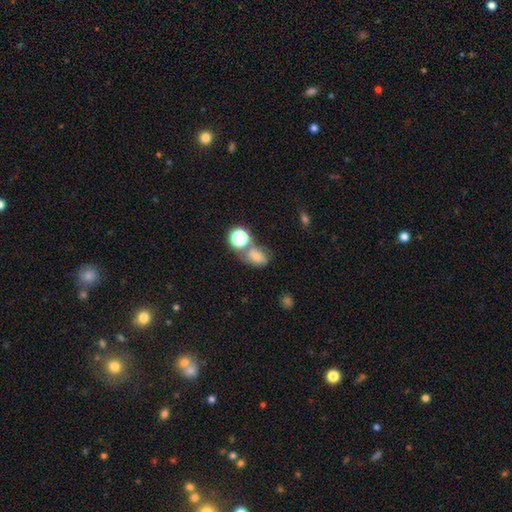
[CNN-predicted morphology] smooth 63%, featured or disk 19%, star or artifact 19%. Down the decision tree: how rounded — in between (63%); merging — none (41%).